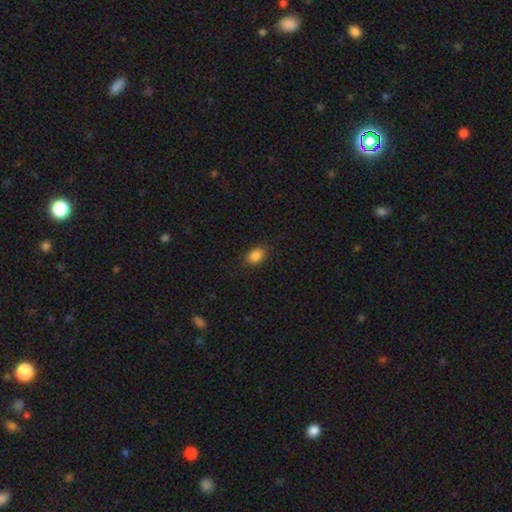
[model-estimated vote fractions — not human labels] Overall: smooth (87%). How rounded: in between (79%). Merging: none (86%).